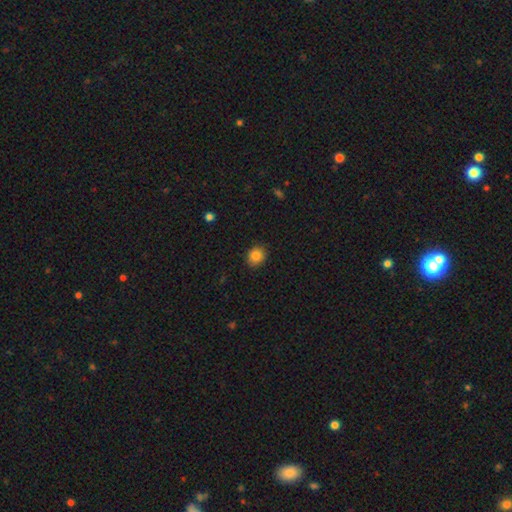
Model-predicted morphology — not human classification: A smooth galaxy with no disk features (85%) that is round (71%).

Vote fractions:
- Smooth or featured? smooth: 85% / star or artifact: 10% / featured or disk: 5%
- How rounded? round: 71% / in between: 28% / cigar-shaped: 1%
- Merging? none: 88% / minor disturbance: 9% / major disturbance: 2% / merger: 1%